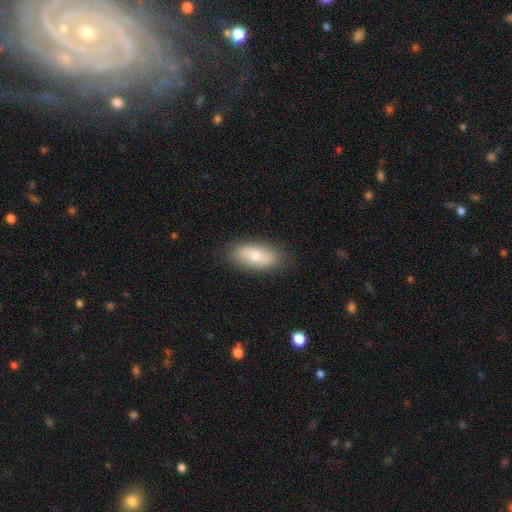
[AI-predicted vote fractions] Smooth or featured: smooth — 73% (featured or disk — 20%)
How rounded: in between — 84% (cigar-shaped — 13%)
Merging: none — 84% (minor disturbance — 12%)